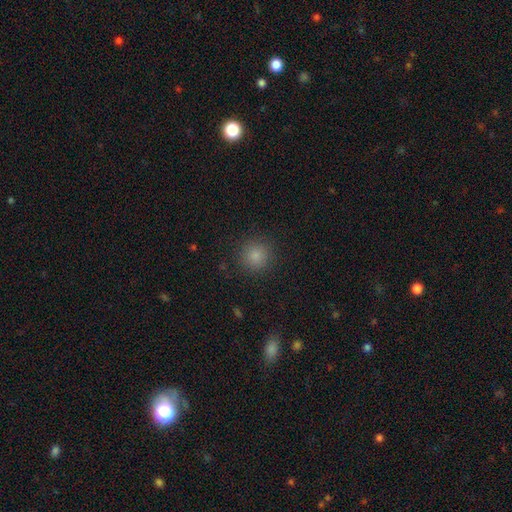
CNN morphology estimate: A smooth galaxy with no disk features (83%) that is round (94%). Merging: none (90%).